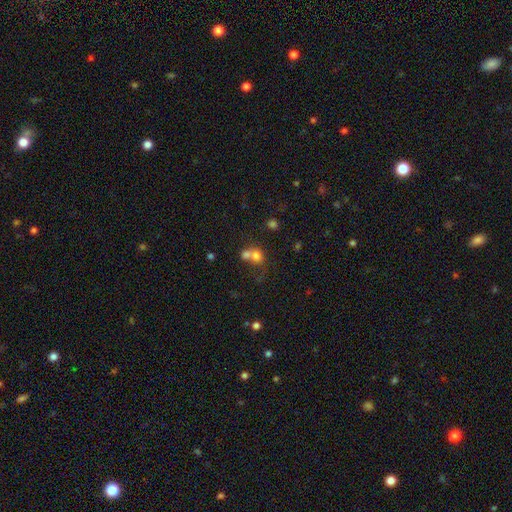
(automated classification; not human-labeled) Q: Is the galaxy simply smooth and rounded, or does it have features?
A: smooth — 72%.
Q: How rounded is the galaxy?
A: round — 72%.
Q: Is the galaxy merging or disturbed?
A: merger — 63%.